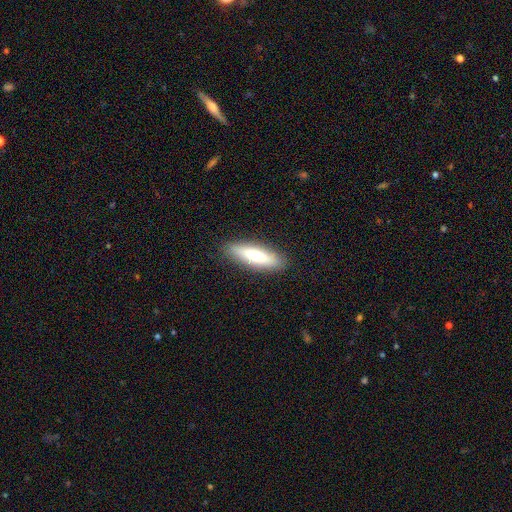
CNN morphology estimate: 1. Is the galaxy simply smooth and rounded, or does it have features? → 70% smooth, 23% featured or disk, 6% star or artifact.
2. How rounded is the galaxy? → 63% cigar-shaped, 36% in between, 2% round.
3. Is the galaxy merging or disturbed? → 88% none, 9% minor disturbance, 2% major disturbance, 1% merger.